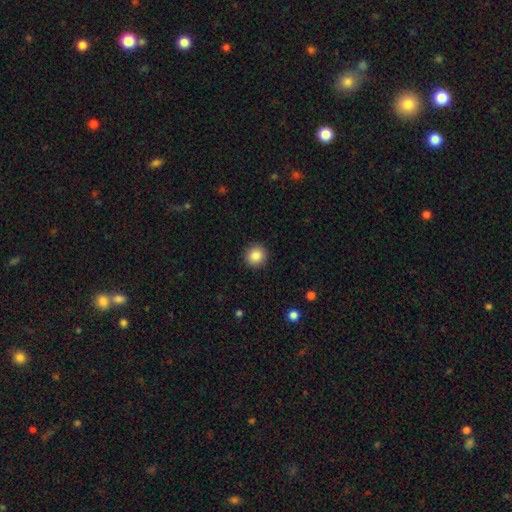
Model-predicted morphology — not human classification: smooth_or_featured: smooth (p=0.87) [alt: star or artifact p=0.09]
how_rounded: round (p=0.93) [alt: in between p=0.06]
merging: none (p=0.92) [alt: minor disturbance p=0.05]